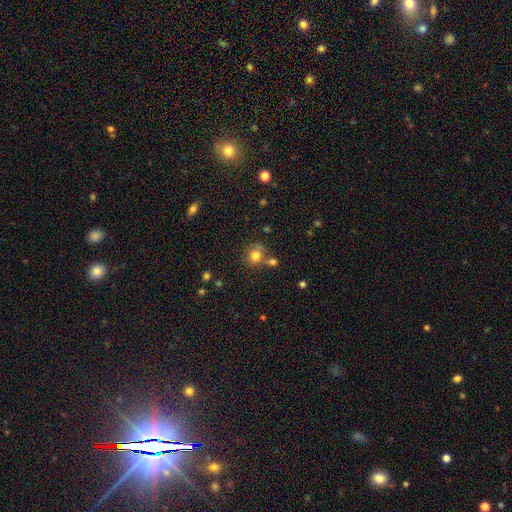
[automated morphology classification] The model was most divided on "merging": none: 60%, merger: 21%, minor disturbance: 14%, major disturbance: 5%. More confident: smooth or featured — smooth (79%); how rounded — round (76%).